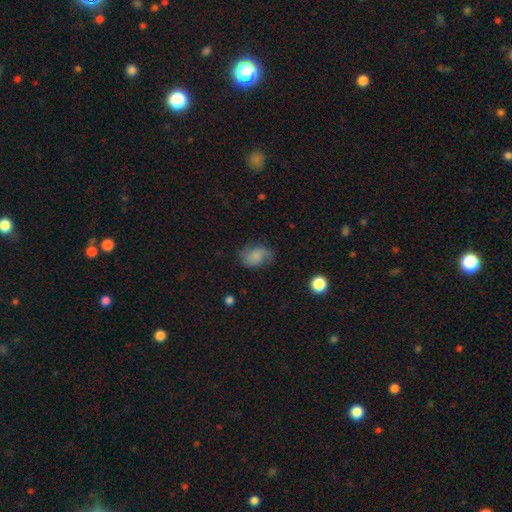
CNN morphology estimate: smooth-or-featured: smooth: 54% | featured or disk: 35% | star or artifact: 10%
  how-rounded: in between: 72% | round: 27% | cigar-shaped: 1%
  merging: none: 54% | minor disturbance: 28% | major disturbance: 16% | merger: 2%